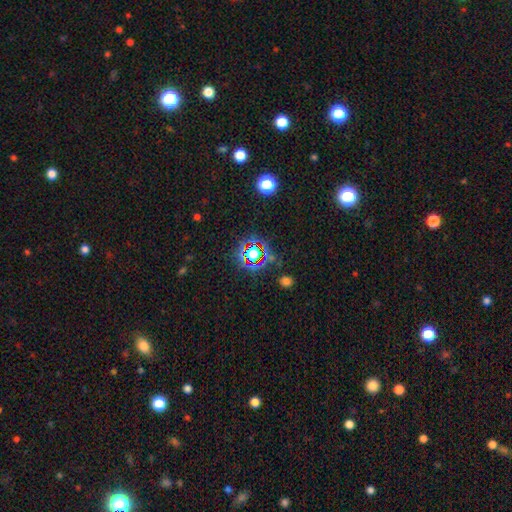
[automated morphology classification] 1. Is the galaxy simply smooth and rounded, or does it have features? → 72% star or artifact, 18% smooth, 10% featured or disk.